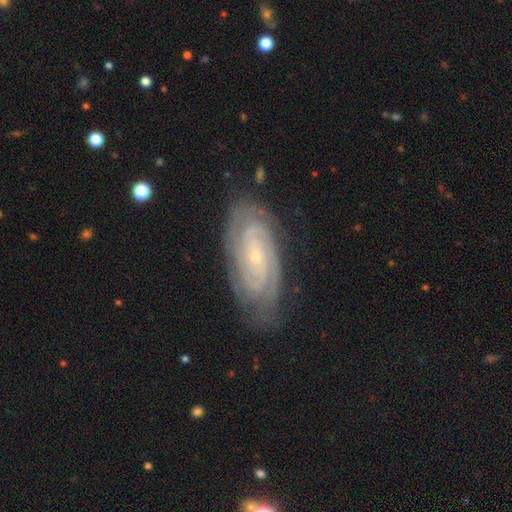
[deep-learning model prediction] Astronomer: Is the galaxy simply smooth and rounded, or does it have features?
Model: featured or disk — 87%.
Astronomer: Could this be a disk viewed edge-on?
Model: no — 95%.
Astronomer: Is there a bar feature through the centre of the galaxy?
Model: no — 63%.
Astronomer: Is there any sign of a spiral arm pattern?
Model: yes — 98%.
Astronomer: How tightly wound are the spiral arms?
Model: tight — 79%.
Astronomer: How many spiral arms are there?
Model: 2 — 44% (runner-up: can't tell, 20%).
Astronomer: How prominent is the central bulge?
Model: small — 83%.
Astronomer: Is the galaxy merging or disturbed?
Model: none — 80%.